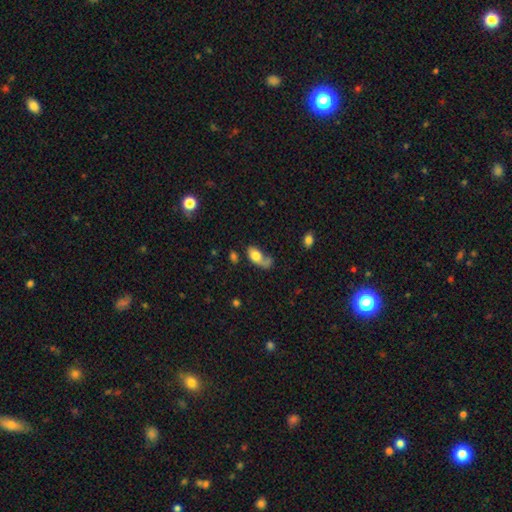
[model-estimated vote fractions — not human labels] smooth-or-featured: smooth: 74% | featured or disk: 18% | star or artifact: 8%
  how-rounded: in between: 87% | round: 8% | cigar-shaped: 5%
  merging: none: 29% | major disturbance: 27% | merger: 24% | minor disturbance: 20%